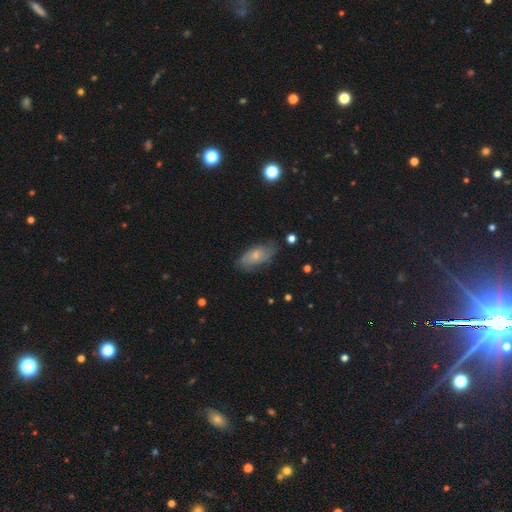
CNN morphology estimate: smooth_or_featured: smooth (p=0.47) [alt: featured or disk p=0.45]
merging: none (p=0.67) [alt: minor disturbance p=0.24]